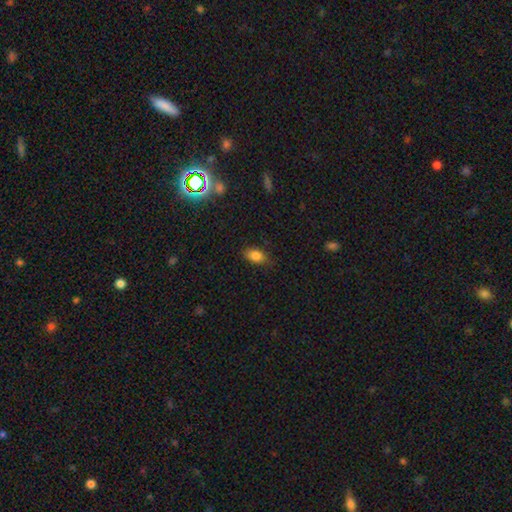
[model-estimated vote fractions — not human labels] This appears to be a smooth galaxy with no disk features (83%) that is in between round and cigar-shaped (87%). Merging: none (81%).